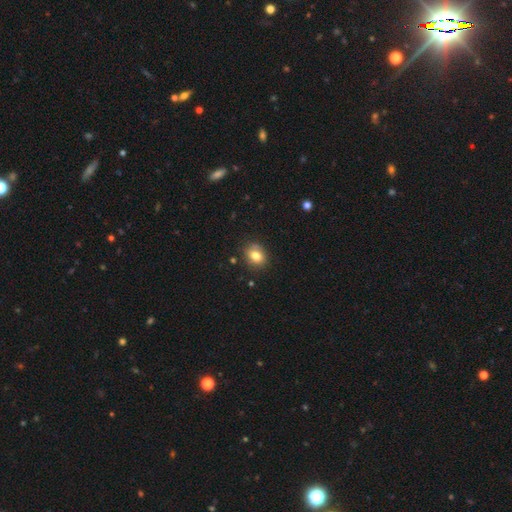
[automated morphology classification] Smooth or featured: smooth — 79% (featured or disk — 11%)
How rounded: round — 53% (in between — 46%)
Merging: none — 78% (minor disturbance — 16%)